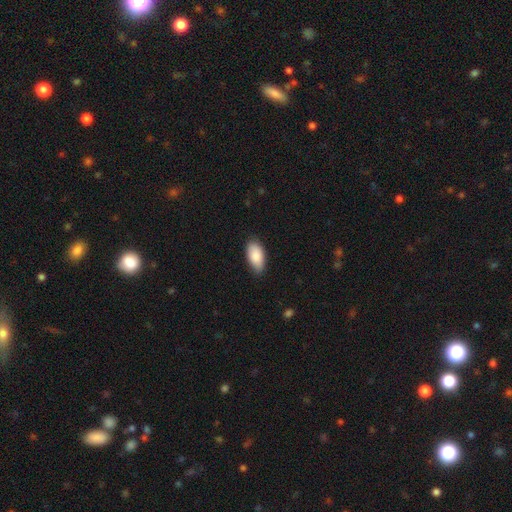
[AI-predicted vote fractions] Smooth or featured?
  - smooth: 87% *
  - featured or disk: 7%
  - star or artifact: 6%
How rounded?
  - in between: 94% *
  - cigar-shaped: 4%
  - round: 2%
Merging?
  - none: 81% *
  - minor disturbance: 16%
  - major disturbance: 2%
  - merger: 1%